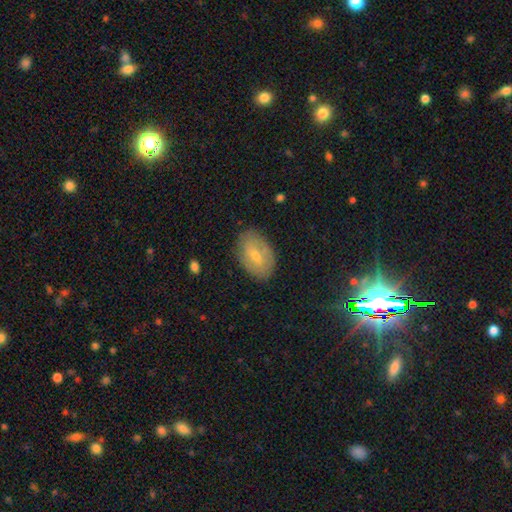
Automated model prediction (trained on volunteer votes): Smooth or featured? Predicted: smooth (p=0.46). Merging? Predicted: none (p=0.82).